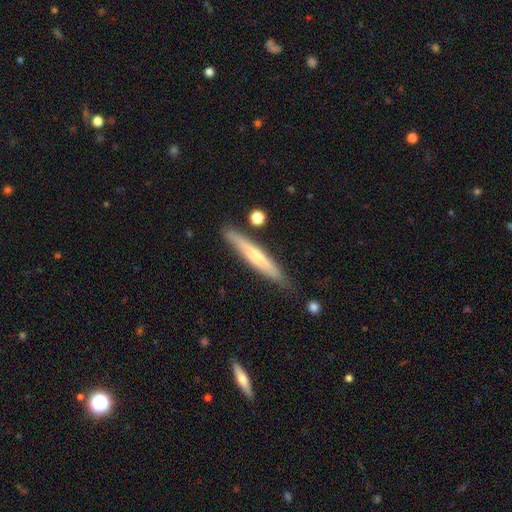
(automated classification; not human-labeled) A smooth galaxy with no disk features (52%) that is cigar-shaped (93%). Merging: none (81%).